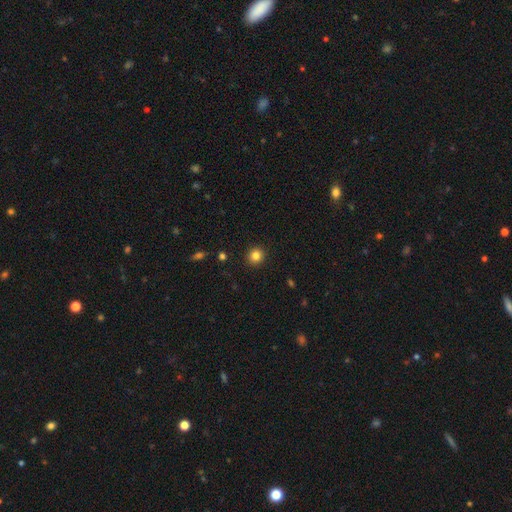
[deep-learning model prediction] smooth-or-featured: smooth: 83% | star or artifact: 12% | featured or disk: 6%
  how-rounded: round: 93% | in between: 7% | cigar-shaped: 1%
  merging: none: 92% | minor disturbance: 5% | major disturbance: 2% | merger: 1%